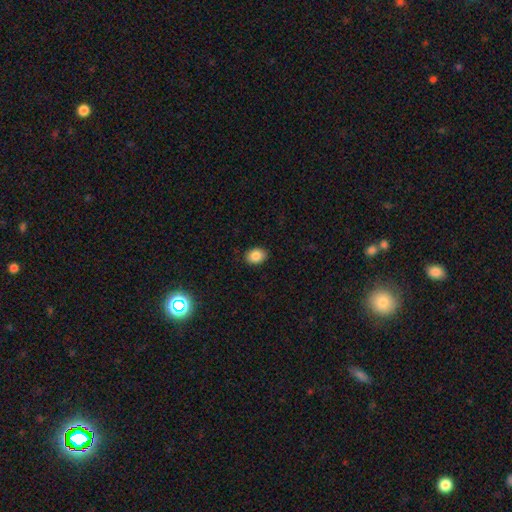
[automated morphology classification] Smooth or featured: smooth — 86% (star or artifact — 9%)
How rounded: in between — 63% (round — 36%)
Merging: none — 89% (minor disturbance — 8%)